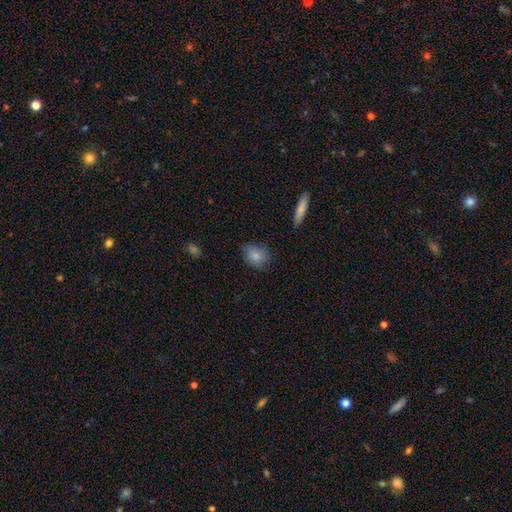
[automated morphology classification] Q: Smooth or featured?
A: smooth (84%); runner-up: featured or disk (9%)
Q: How rounded?
A: in between (55%); runner-up: round (43%)
Q: Merging?
A: none (78%); runner-up: minor disturbance (17%)